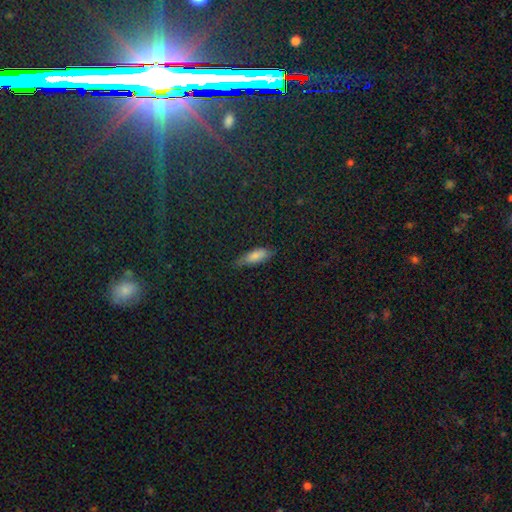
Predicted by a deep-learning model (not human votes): Smooth or featured? Predicted: smooth (p=0.76). How rounded? Predicted: in between (p=0.66). Merging? Predicted: none (p=0.71).